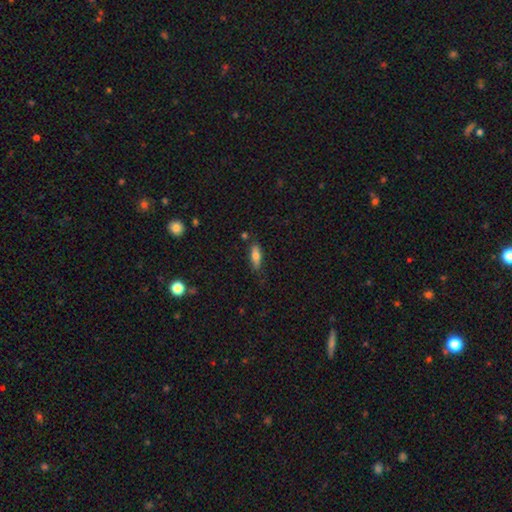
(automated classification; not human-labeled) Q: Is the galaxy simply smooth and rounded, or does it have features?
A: smooth — 71%.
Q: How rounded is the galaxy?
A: in between — 60%.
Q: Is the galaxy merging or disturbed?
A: none — 78%.